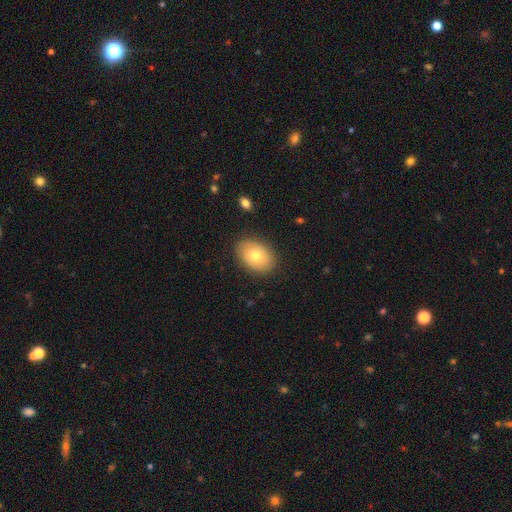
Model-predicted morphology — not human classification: This is likely a smooth galaxy (71%). How rounded: likely in between (77%). Merging: clearly none (86%).